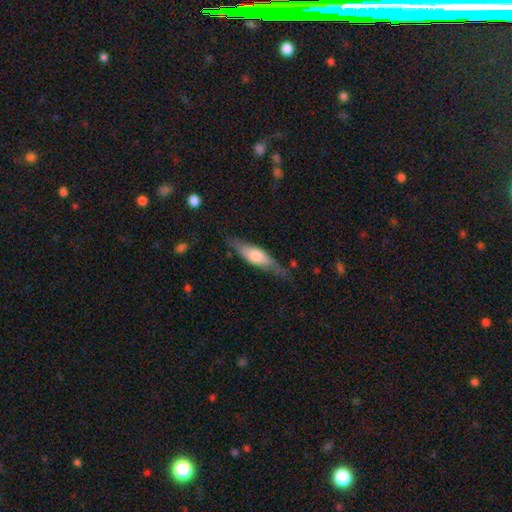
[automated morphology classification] Overall: smooth (55%; featured or disk 40%). How rounded: cigar-shaped (57%; in between 41%). Merging: none (70%).